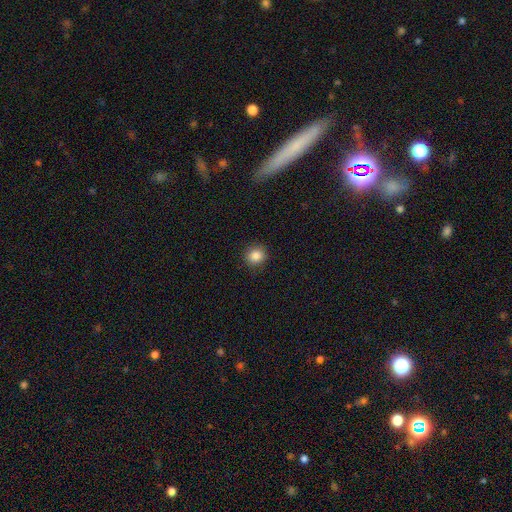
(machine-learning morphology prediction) A smooth galaxy with no disk features (86%) that is round (86%). Merging: none (90%).